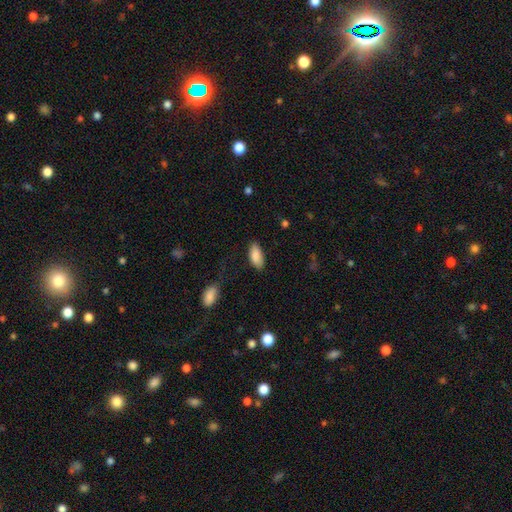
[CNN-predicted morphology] Q: Smooth or featured?
A: smooth (88%); runner-up: star or artifact (6%)
Q: How rounded?
A: in between (89%); runner-up: cigar-shaped (9%)
Q: Merging?
A: none (79%); runner-up: minor disturbance (16%)